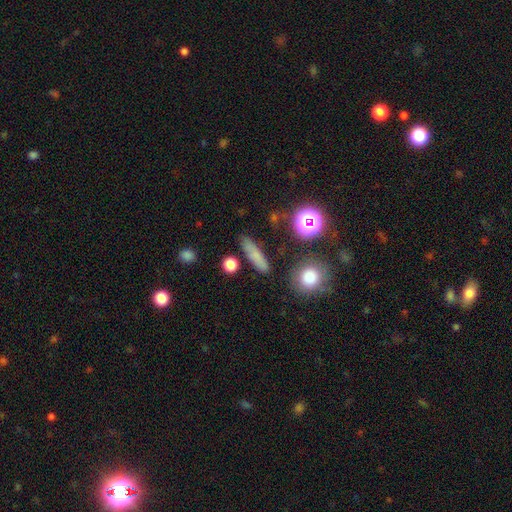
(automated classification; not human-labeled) This is likely a smooth galaxy (73%). How rounded: likely cigar-shaped (71%). Merging: clearly none (83%).